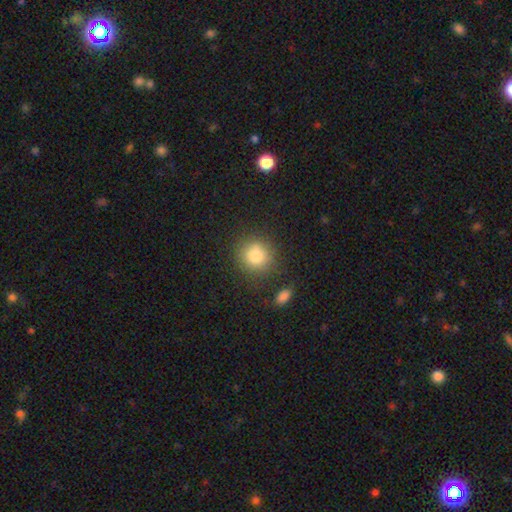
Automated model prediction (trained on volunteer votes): A smooth galaxy with no disk features (82%) that is round (89%). Merging: none (82%).